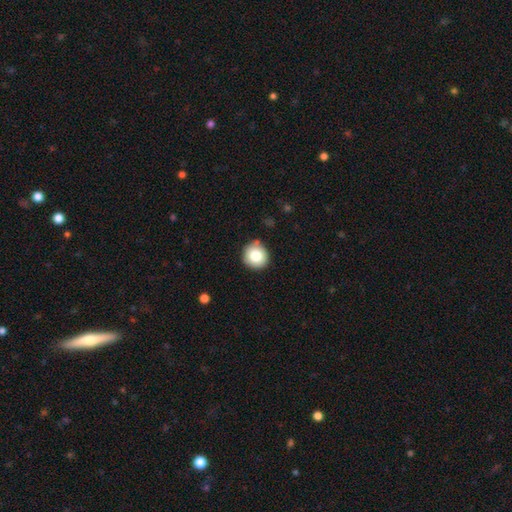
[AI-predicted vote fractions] Smooth or featured? Predicted: smooth (p=0.81). How rounded? Predicted: round (p=0.93). Merging? Predicted: none (p=0.84).